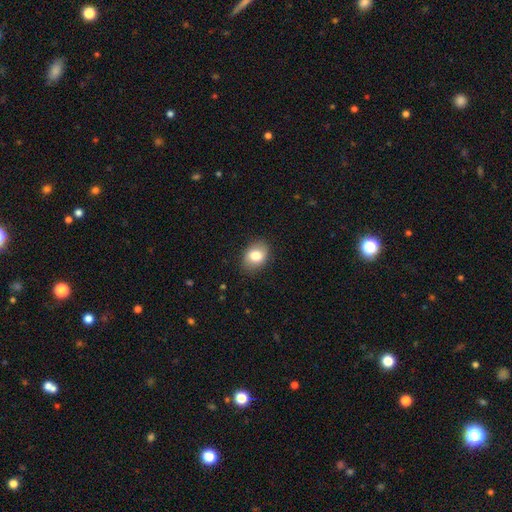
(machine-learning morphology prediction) type=smooth (78%); roundness=in between (67%); merging=none (85%).